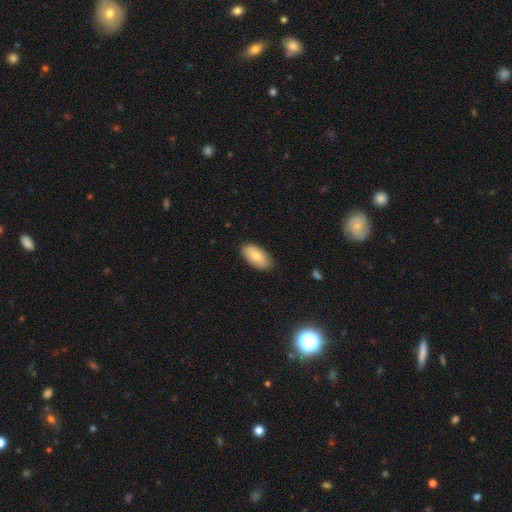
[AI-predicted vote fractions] smooth_or_featured: smooth (p=0.78) [alt: featured or disk p=0.16]
how_rounded: in between (p=0.94) [alt: cigar-shaped p=0.03]
merging: none (p=0.86) [alt: minor disturbance p=0.11]